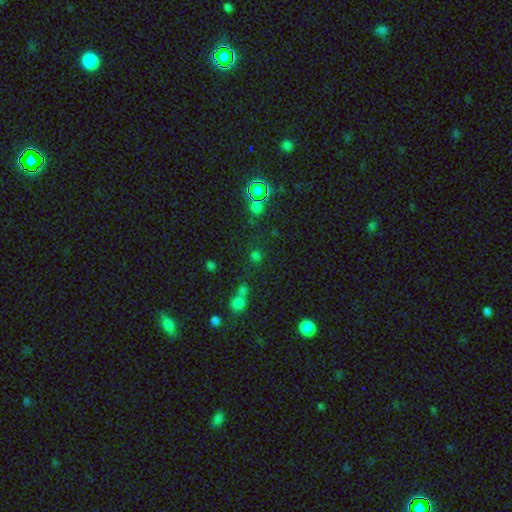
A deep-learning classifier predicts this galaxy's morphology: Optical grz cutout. It shows a smooth galaxy with no disk features (54%) that is round (86%). Merging: none (65%).